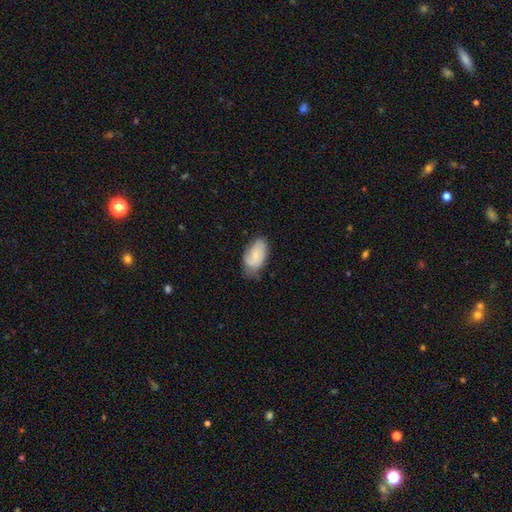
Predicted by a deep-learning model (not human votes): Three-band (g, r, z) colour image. It shows a smooth galaxy with no disk features (57%) that is in between round and cigar-shaped (93%). Merging: none (57%).